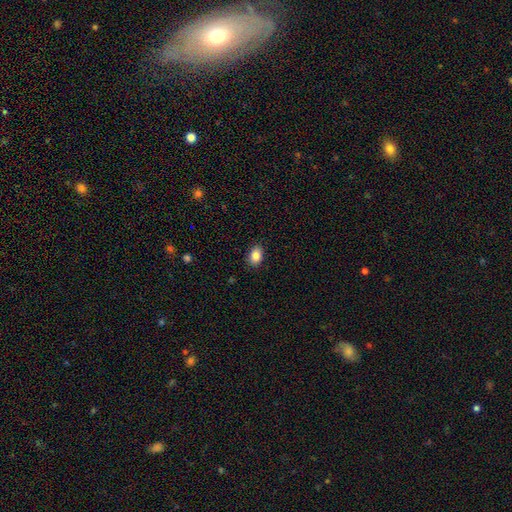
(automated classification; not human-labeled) Smooth or featured?
  - smooth: 86% *
  - star or artifact: 8%
  - featured or disk: 6%
How rounded?
  - in between: 80% *
  - round: 19%
  - cigar-shaped: 1%
Merging?
  - none: 88% *
  - minor disturbance: 9%
  - major disturbance: 2%
  - merger: 1%